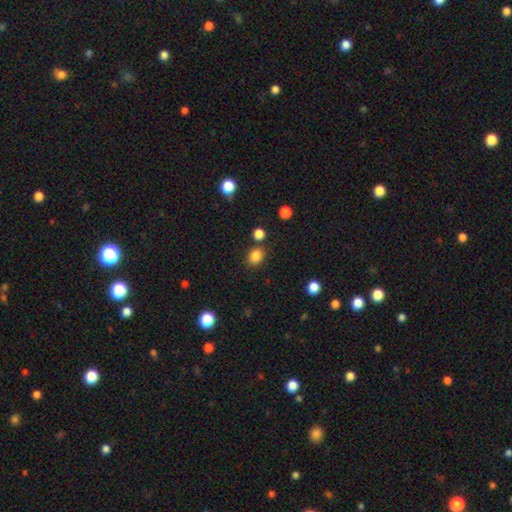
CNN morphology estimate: This appears to be a smooth galaxy with no disk features (84%) that is round (56%). Merging: none (80%).